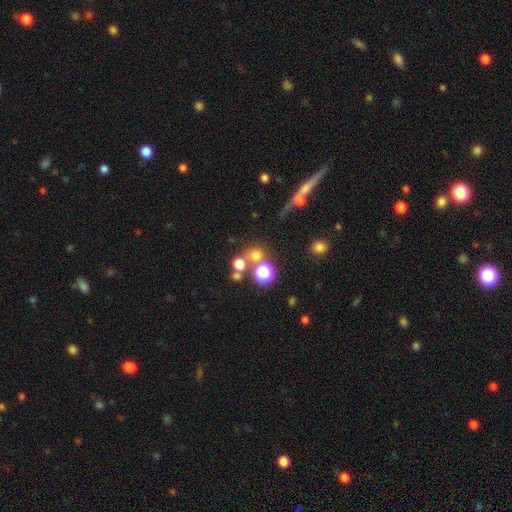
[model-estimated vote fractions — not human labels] Smooth or featured? smooth (64%)
How rounded? round (87%)
Merging? none (61%)